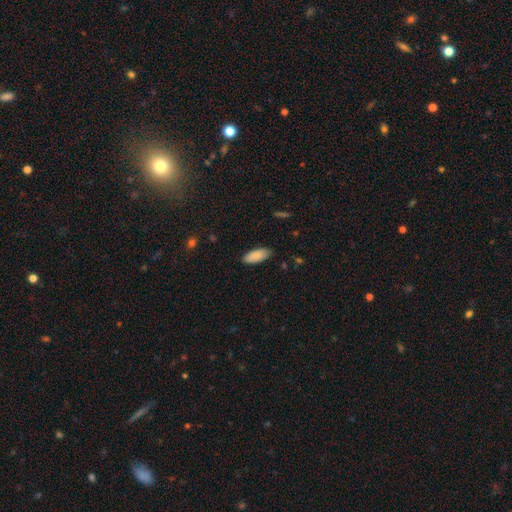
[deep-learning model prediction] A smooth galaxy with no disk features (87%) that is in between round and cigar-shaped (85%).

Vote fractions:
- Smooth or featured? smooth: 87% / featured or disk: 7% / star or artifact: 6%
- How rounded? in between: 85% / cigar-shaped: 13% / round: 2%
- Merging? none: 85% / minor disturbance: 12% / major disturbance: 2% / merger: 1%